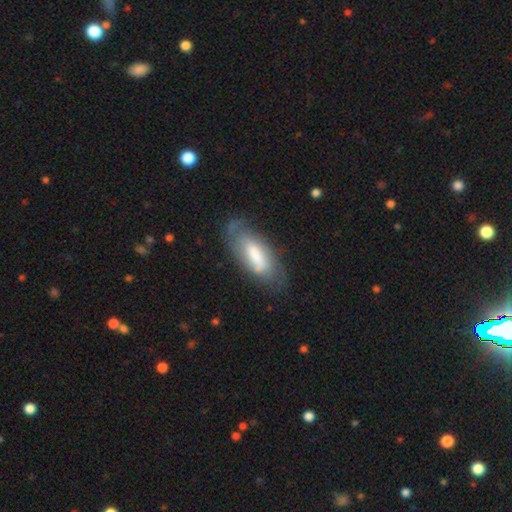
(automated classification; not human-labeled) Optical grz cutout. It shows a smooth galaxy with no disk features (54%) that is in between round and cigar-shaped (74%). Merging: none (61%).